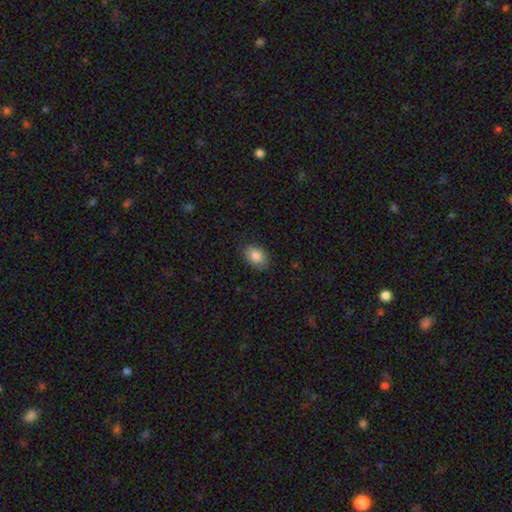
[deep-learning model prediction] Smooth or featured: smooth — 87% (star or artifact — 7%)
How rounded: in between — 85% (round — 14%)
Merging: none — 83% (minor disturbance — 13%)